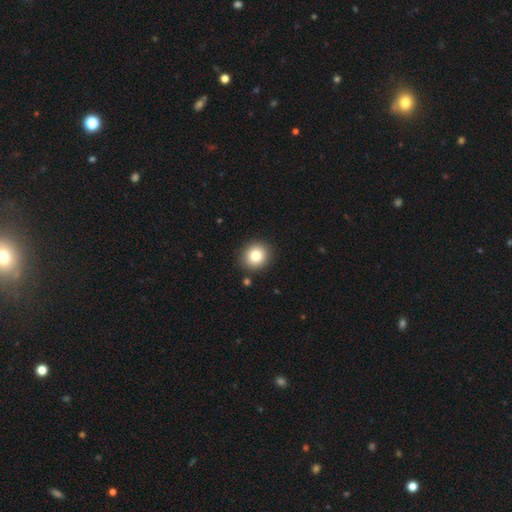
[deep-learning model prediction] Overall: smooth (80%). How rounded: round (87%). Merging: none (90%).